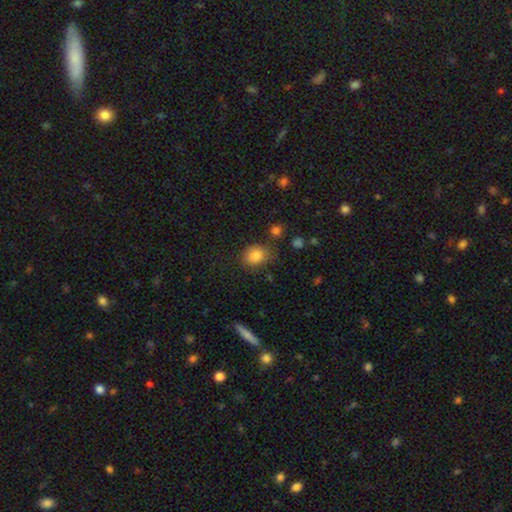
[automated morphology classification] type=smooth (83%); roundness=round (51%); merging=none (69%).